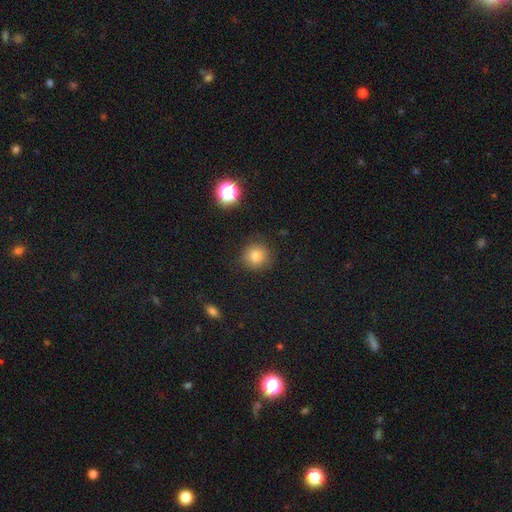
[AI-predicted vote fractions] Morphology: type=smooth (79%); roundness=round (92%); merging=none (88%).